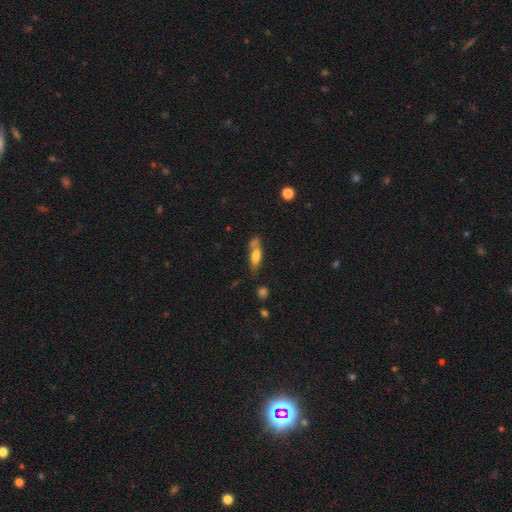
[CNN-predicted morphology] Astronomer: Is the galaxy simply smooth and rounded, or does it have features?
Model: smooth — 65%.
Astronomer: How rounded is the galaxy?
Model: in between — 54% (runner-up: cigar-shaped, 44%).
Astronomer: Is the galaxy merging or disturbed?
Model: none — 51%.